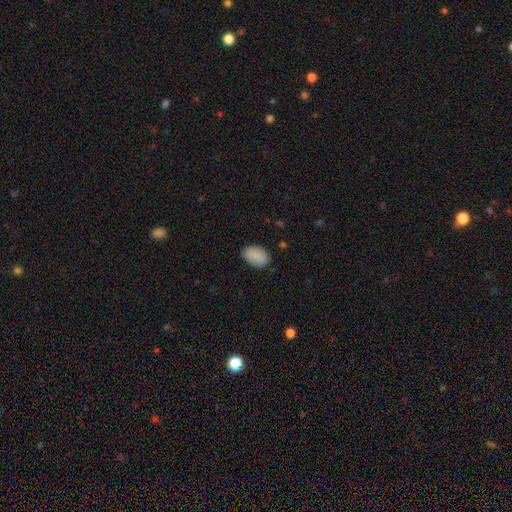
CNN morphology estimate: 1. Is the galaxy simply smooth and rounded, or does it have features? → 87% smooth, 7% star or artifact, 6% featured or disk.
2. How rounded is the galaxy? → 86% in between, 13% round, 1% cigar-shaped.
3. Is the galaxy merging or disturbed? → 80% none, 16% minor disturbance, 3% major disturbance, 1% merger.